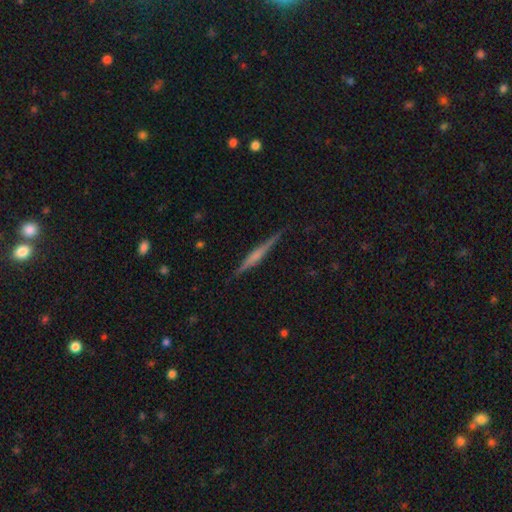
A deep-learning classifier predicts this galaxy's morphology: A featured or disk galaxy (67%) viewed edge-on (98%) with a rounded central bulge (42%). Merging: none (88%).